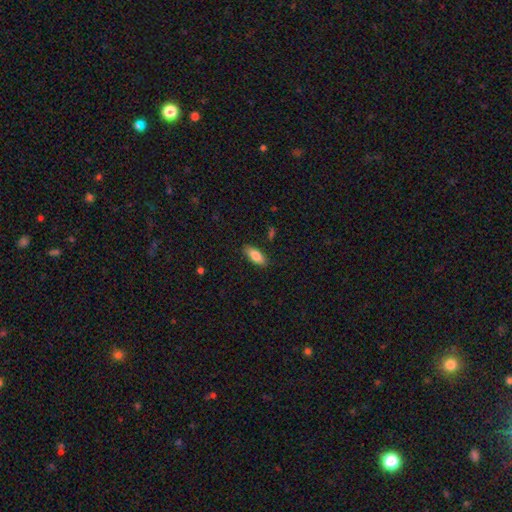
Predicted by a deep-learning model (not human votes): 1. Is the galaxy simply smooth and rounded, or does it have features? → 82% smooth, 12% featured or disk, 6% star or artifact.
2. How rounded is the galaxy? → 78% in between, 20% cigar-shaped, 2% round.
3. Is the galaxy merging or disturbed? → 86% none, 10% minor disturbance, 2% major disturbance, 1% merger.